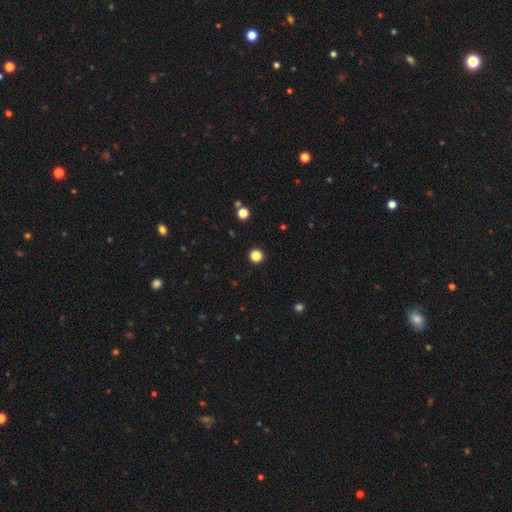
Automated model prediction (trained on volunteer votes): smooth-or-featured: smooth: 85% | star or artifact: 12% | featured or disk: 3%
  how-rounded: round: 95% | in between: 4% | cigar-shaped: 1%
  merging: none: 94% | minor disturbance: 4% | major disturbance: 2% | merger: 1%